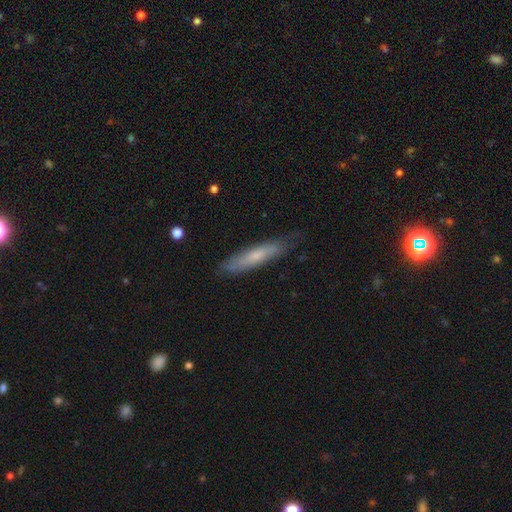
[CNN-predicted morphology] Smooth or featured? smooth (61%)
How rounded? cigar-shaped (87%)
Merging? none (76%)